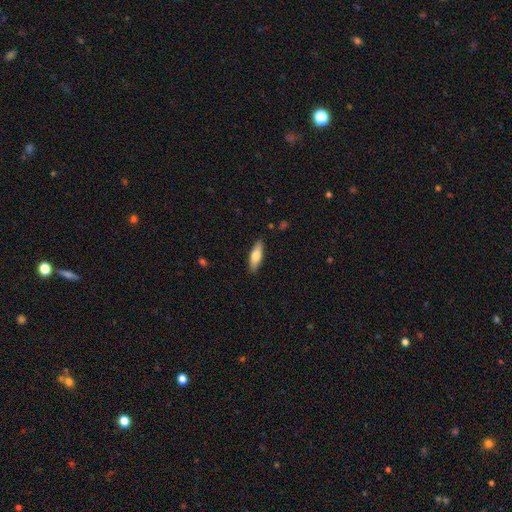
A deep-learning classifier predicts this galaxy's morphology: The model was most divided on "how rounded": in between: 53%, cigar-shaped: 45%, round: 2%. More confident: merging — none (88%); smooth or featured — smooth (64%).